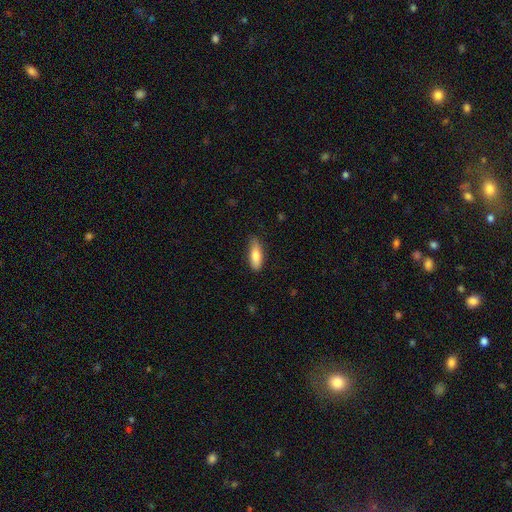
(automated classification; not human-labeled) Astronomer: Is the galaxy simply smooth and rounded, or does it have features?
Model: smooth — 79%.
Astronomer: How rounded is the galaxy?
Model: in between — 63%.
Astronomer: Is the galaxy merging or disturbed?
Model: none — 74%.